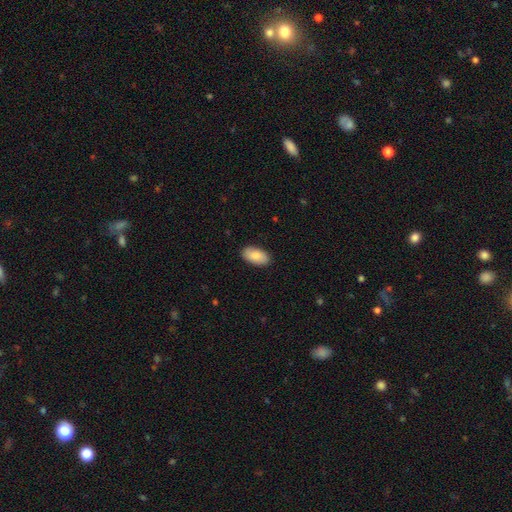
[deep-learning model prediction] This appears to be a smooth galaxy with no disk features (86%) that is in between round and cigar-shaped (95%). Merging: none (89%).